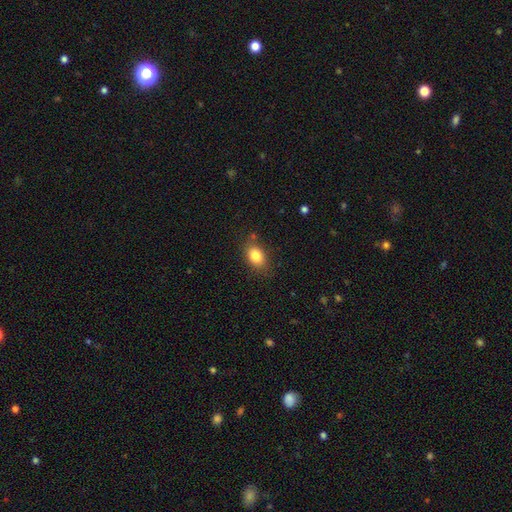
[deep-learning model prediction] Morphology: type=smooth (83%); roundness=in between (78%); merging=none (80%).